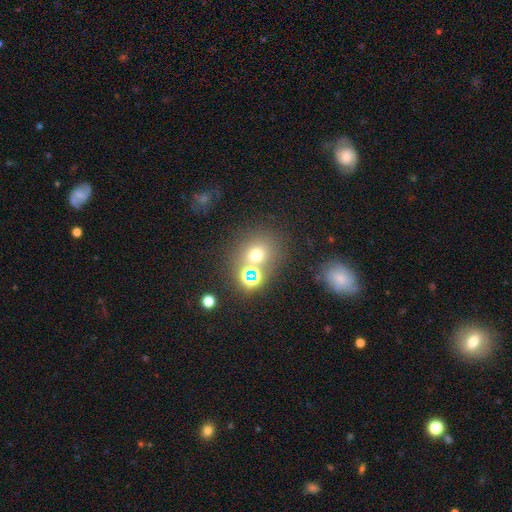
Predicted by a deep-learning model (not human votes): Smooth or featured: smooth — 61% (star or artifact — 29%)
How rounded: round — 79% (in between — 20%)
Merging: none — 65% (merger — 21%)